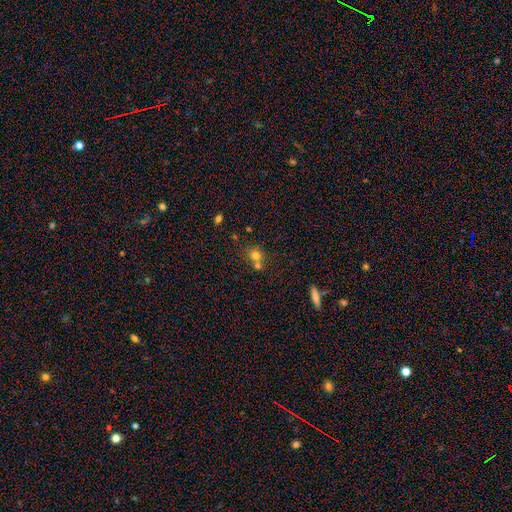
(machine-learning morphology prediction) Smooth or featured? smooth (73%)
How rounded? round (79%)
Merging? merger (48%)